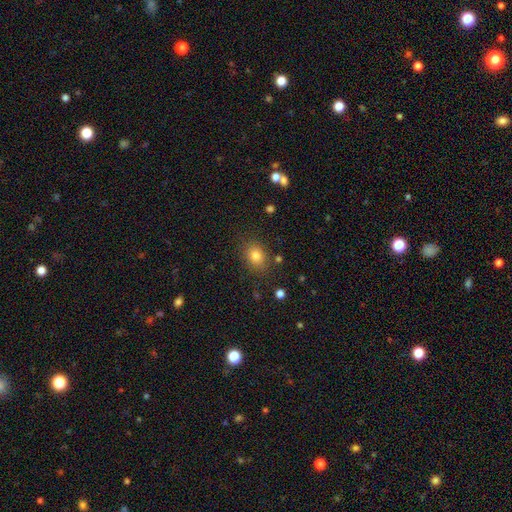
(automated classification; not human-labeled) Morphology: type=smooth (81%); roundness=in between (50%); merging=none (82%).